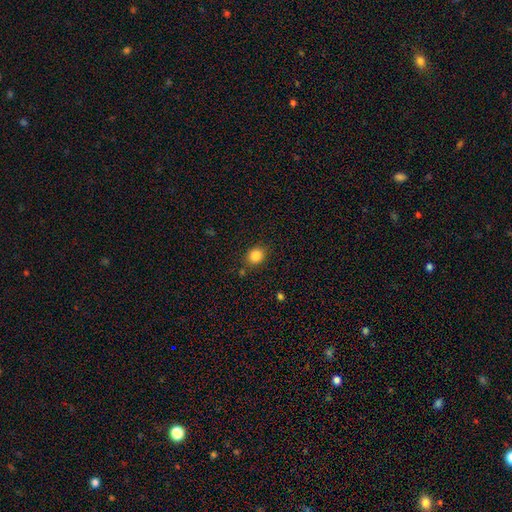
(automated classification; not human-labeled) A smooth galaxy with no disk features (85%) that is round (68%).

Vote fractions:
- Smooth or featured? smooth: 85% / star or artifact: 11% / featured or disk: 5%
- How rounded? round: 68% / in between: 31% / cigar-shaped: 1%
- Merging? none: 84% / minor disturbance: 10% / merger: 3% / major disturbance: 3%